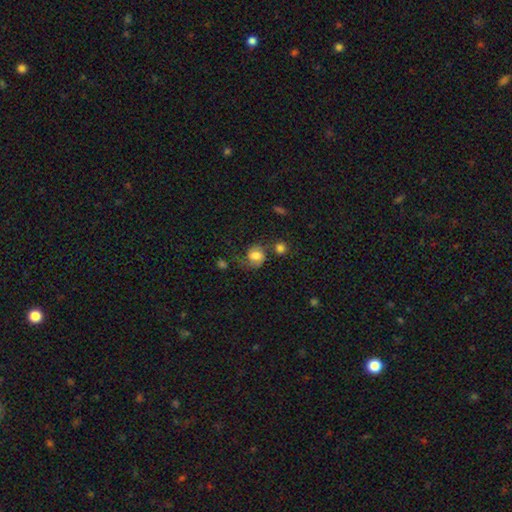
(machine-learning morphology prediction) A smooth galaxy with no disk features (60%) that is round (63%).

Vote fractions:
- Smooth or featured? smooth: 60% / featured or disk: 30% / star or artifact: 10%
- How rounded? round: 63% / in between: 36% / cigar-shaped: 1%
- Merging? none: 44% / minor disturbance: 23% / major disturbance: 19% / merger: 14%